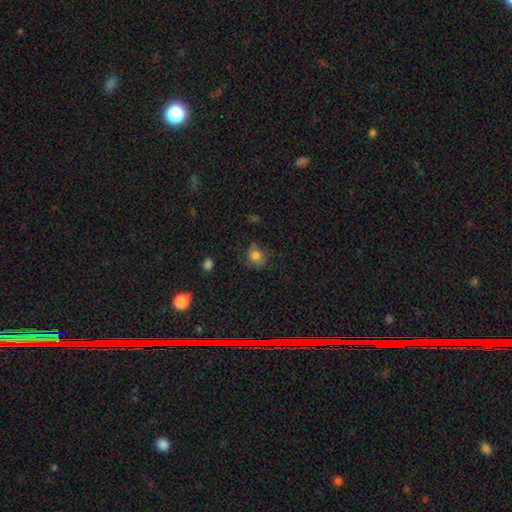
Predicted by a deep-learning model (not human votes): Smooth or featured: smooth — 79% (featured or disk — 11%)
How rounded: round — 74% (in between — 25%)
Merging: none — 68% (minor disturbance — 22%)